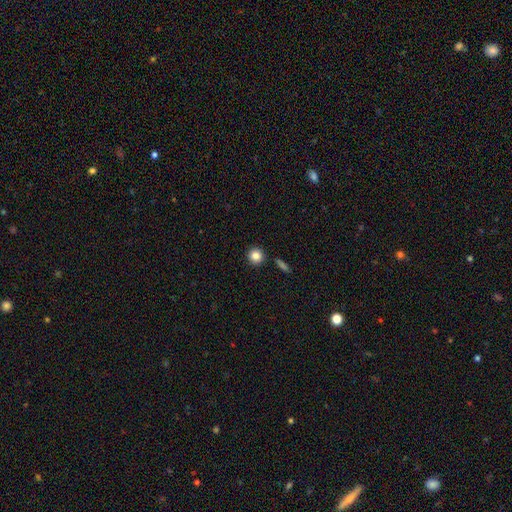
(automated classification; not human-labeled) The model was most divided on "smooth or featured": smooth: 84%, star or artifact: 10%, featured or disk: 6%. More confident: how rounded — round (93%); merging — none (89%).